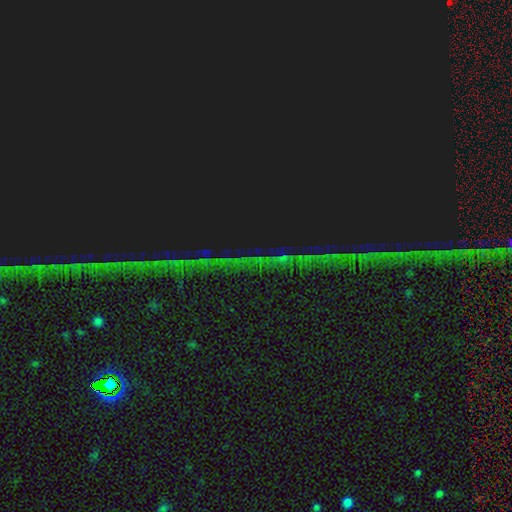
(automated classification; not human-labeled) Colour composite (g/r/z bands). It shows a star or artifact, not a galaxy (85%).